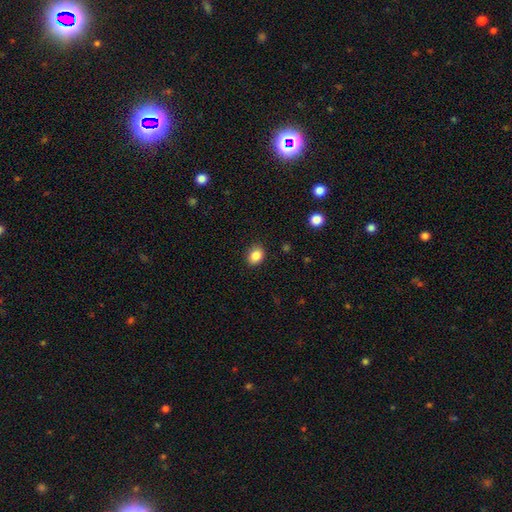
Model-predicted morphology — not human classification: Q: Smooth or featured?
A: smooth (86%); runner-up: star or artifact (9%)
Q: How rounded?
A: in between (57%); runner-up: round (42%)
Q: Merging?
A: none (88%); runner-up: minor disturbance (8%)